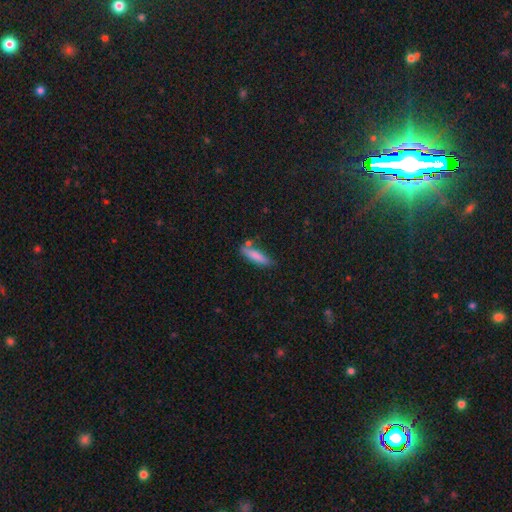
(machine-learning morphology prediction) This is likely a smooth galaxy (80%). How rounded: likely cigar-shaped (75%). Merging: likely none (69%).